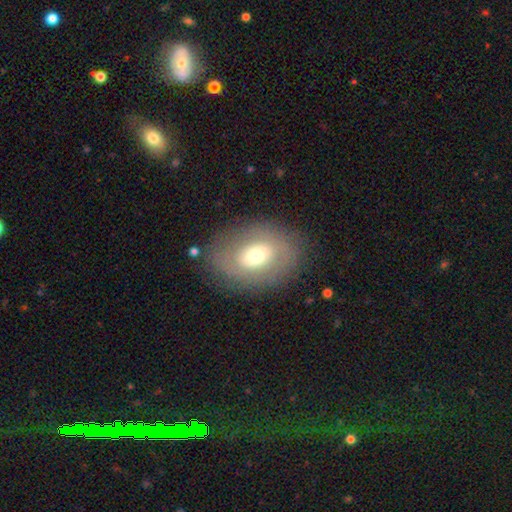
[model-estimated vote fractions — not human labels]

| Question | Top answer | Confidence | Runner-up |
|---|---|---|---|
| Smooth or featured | smooth | 51% | featured or disk (41%) |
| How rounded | in between | 70% | round (29%) |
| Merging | none | 80% | minor disturbance (12%) |